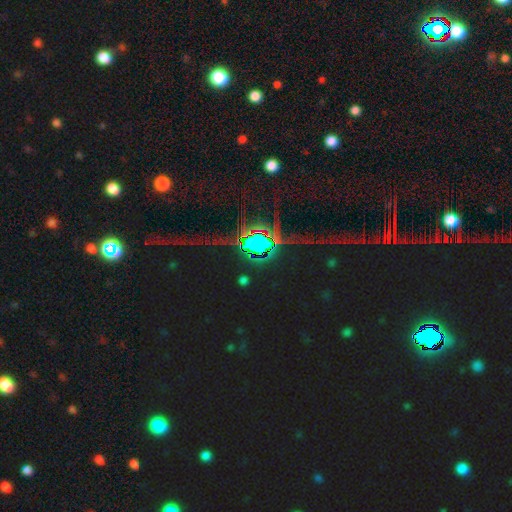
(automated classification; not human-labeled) Smooth or featured? star or artifact (83%)